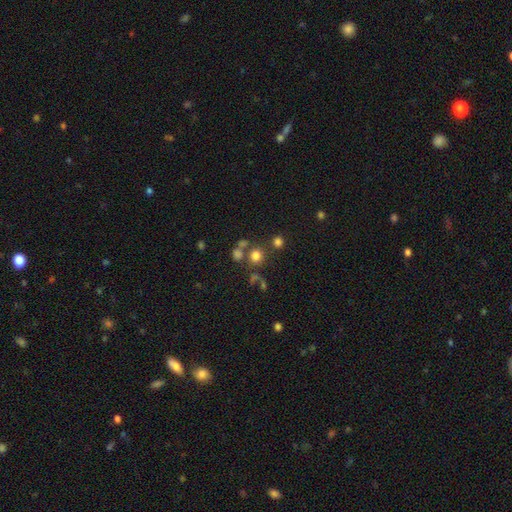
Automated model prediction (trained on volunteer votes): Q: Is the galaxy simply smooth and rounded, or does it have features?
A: smooth — 72%.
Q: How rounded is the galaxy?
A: round — 86%.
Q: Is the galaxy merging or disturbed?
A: none — 66%.